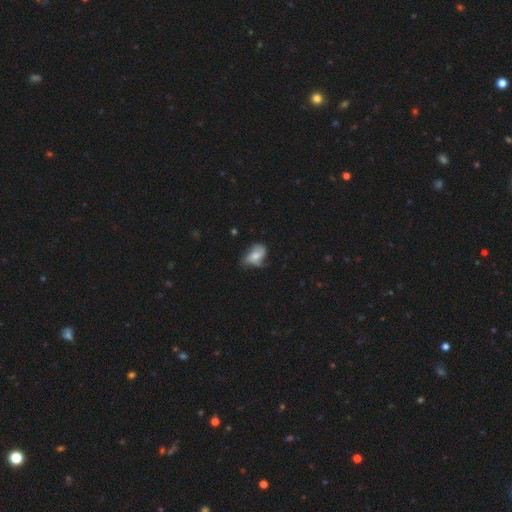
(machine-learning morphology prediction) smooth-or-featured: smooth: 48% | featured or disk: 43% | star or artifact: 9%
  merging: none: 39% | minor disturbance: 34% | major disturbance: 23% | merger: 3%